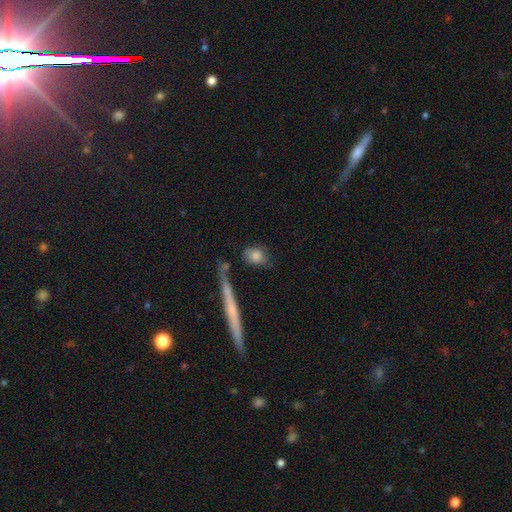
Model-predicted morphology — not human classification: This is likely a smooth galaxy (78%). How rounded: marginally in between (45%). Merging: likely none (62%).